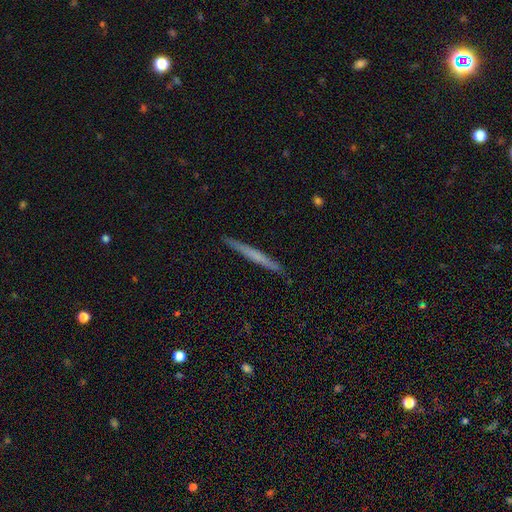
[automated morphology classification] Smooth or featured? smooth (48%)
Merging? none (91%)